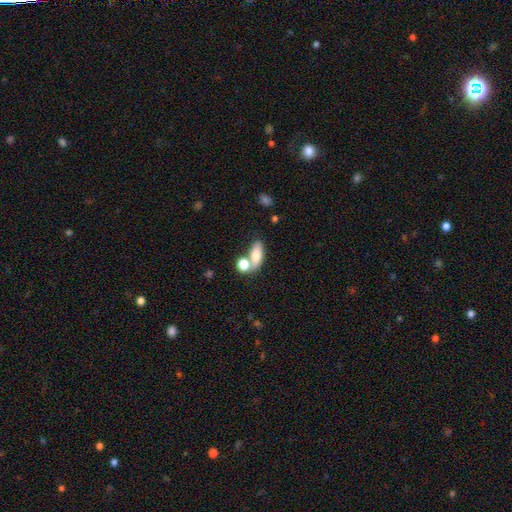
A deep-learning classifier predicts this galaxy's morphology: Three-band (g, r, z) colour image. It shows a smooth galaxy with no disk features (73%) that is in between round and cigar-shaped (78%). Merging: none (43%).